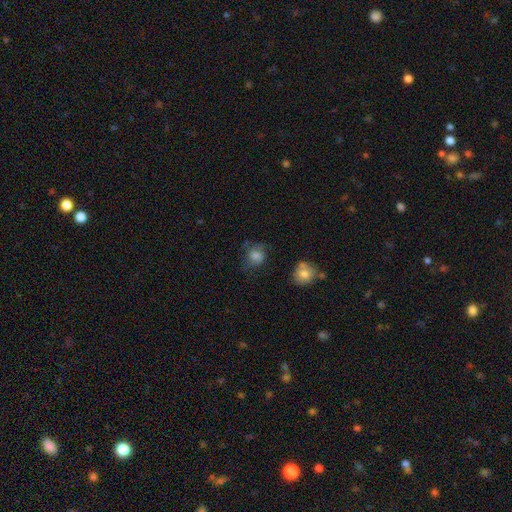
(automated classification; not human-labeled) Smooth or featured: smooth — 72% (featured or disk — 17%)
How rounded: round — 71% (in between — 28%)
Merging: none — 56% (minor disturbance — 25%)